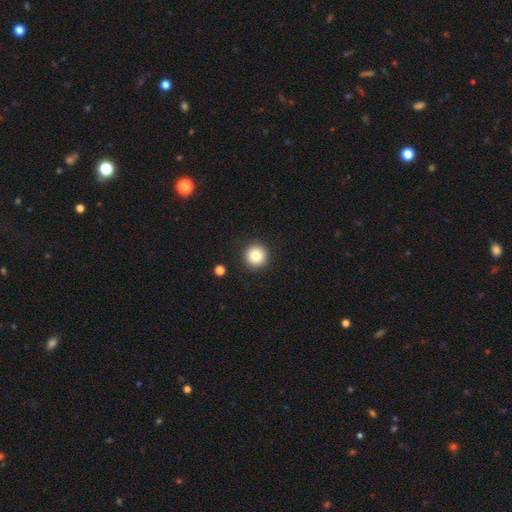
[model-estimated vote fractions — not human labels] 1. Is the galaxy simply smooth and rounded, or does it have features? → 81% smooth, 10% star or artifact, 8% featured or disk.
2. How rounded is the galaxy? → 96% round, 3% in between, 1% cigar-shaped.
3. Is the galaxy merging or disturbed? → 92% none, 5% minor disturbance, 2% major disturbance, 1% merger.